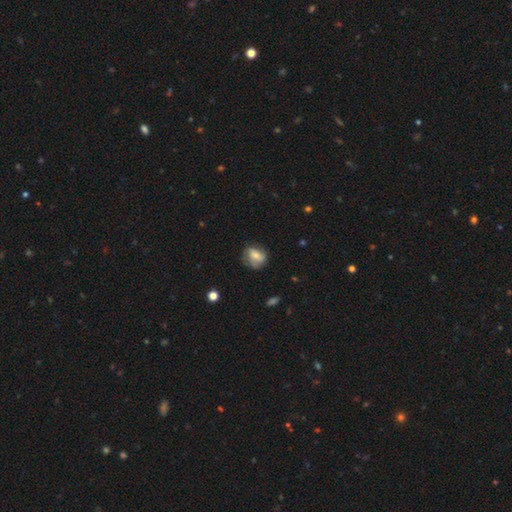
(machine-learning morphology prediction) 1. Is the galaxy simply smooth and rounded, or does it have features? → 55% smooth, 36% featured or disk, 9% star or artifact.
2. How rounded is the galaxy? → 57% round, 41% in between, 2% cigar-shaped.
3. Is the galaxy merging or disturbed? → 58% none, 28% minor disturbance, 12% major disturbance, 2% merger.